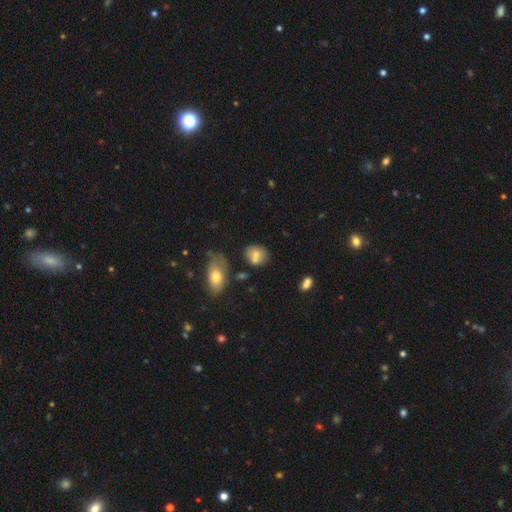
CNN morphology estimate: A smooth galaxy with no disk features (72%) that is round (60%). Merging: none (60%).